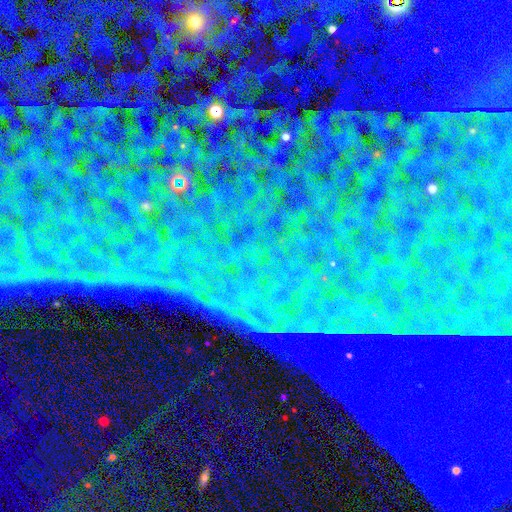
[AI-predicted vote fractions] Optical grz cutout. It shows a star or artifact, not a galaxy (87%).